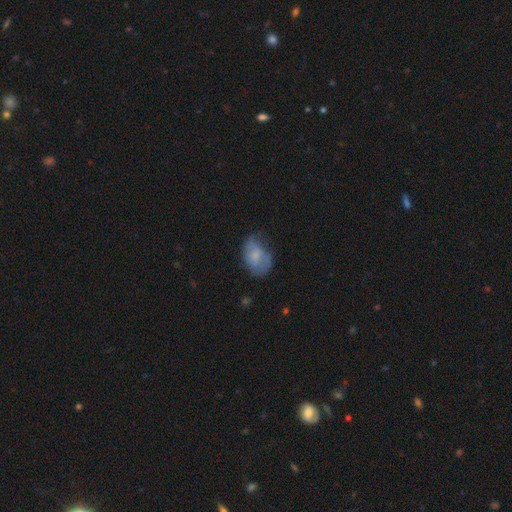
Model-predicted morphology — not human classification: smooth_or_featured: smooth (p=0.61) [alt: featured or disk p=0.31]
how_rounded: in between (p=0.84) [alt: round p=0.15]
merging: none (p=0.43) [alt: minor disturbance p=0.35]